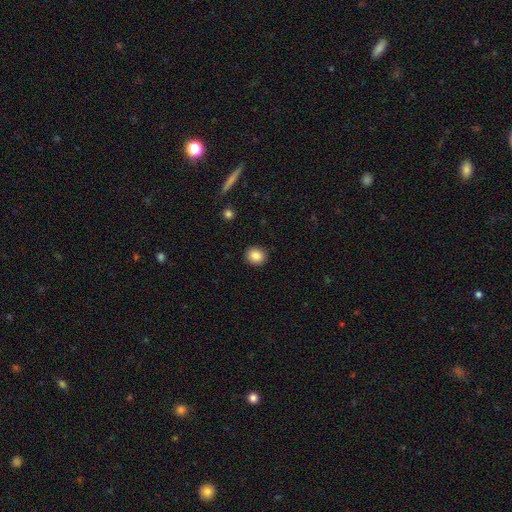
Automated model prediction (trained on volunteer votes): Smooth or featured? smooth (85%)
How rounded? round (82%)
Merging? none (91%)